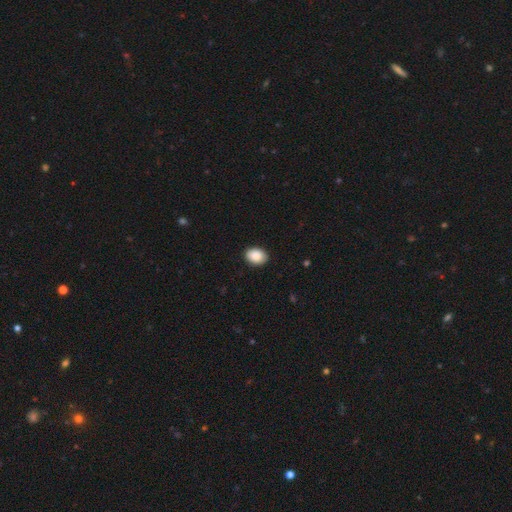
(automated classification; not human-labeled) smooth_or_featured: smooth (p=0.90) [alt: star or artifact p=0.07]
how_rounded: in between (p=0.72) [alt: round p=0.27]
merging: none (p=0.89) [alt: minor disturbance p=0.08]